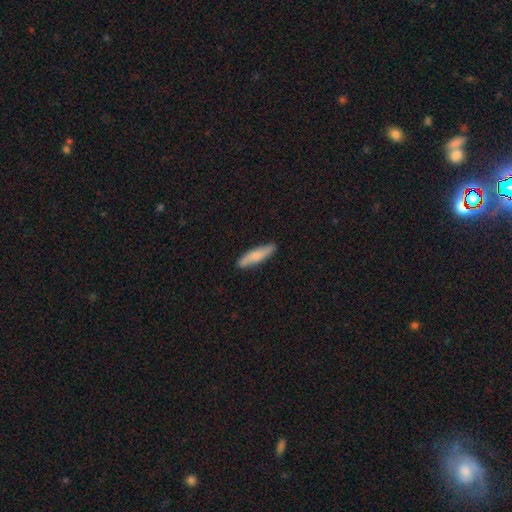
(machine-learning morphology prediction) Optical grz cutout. It shows a smooth galaxy with no disk features (70%) that is cigar-shaped (78%). Merging: none (86%).